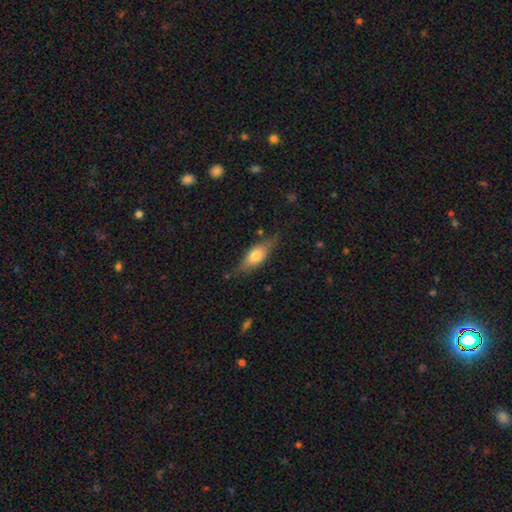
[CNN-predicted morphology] smooth-or-featured: smooth: 62% | featured or disk: 31% | star or artifact: 7%
  how-rounded: in between: 71% | cigar-shaped: 25% | round: 4%
  merging: none: 73% | minor disturbance: 20% | major disturbance: 5% | merger: 2%